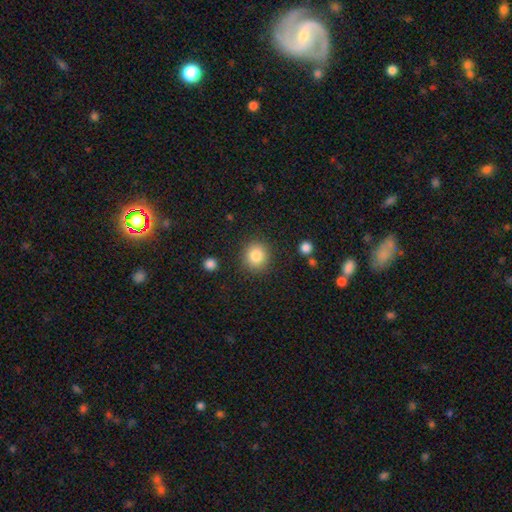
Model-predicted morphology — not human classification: smooth-or-featured: smooth: 85% | star or artifact: 9% | featured or disk: 6%
  how-rounded: round: 90% | in between: 9% | cigar-shaped: 1%
  merging: none: 88% | minor disturbance: 7% | major disturbance: 3% | merger: 2%